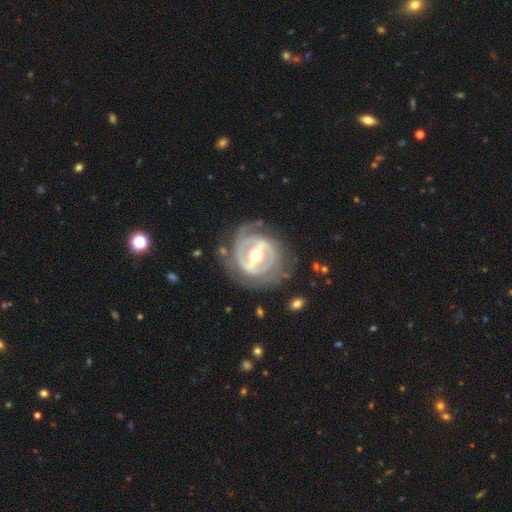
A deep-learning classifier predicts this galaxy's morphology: This appears to be a featured or disk galaxy (88%) with a strong bar (70%), 2 (60%) tight (63%) spiral arms (82%) and a moderate central bulge (67%). Merging: none (74%).